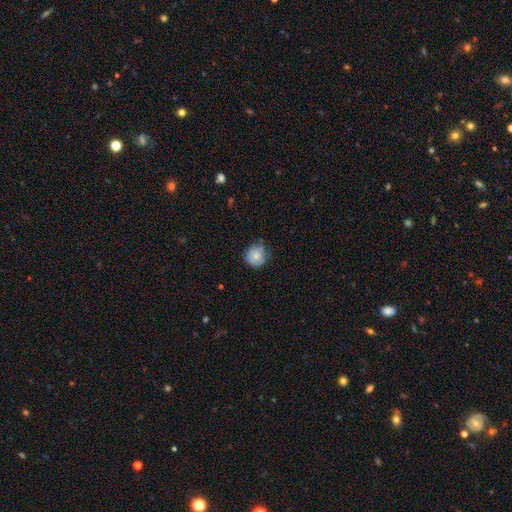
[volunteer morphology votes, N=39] Q: Smooth or featured?
A: smooth (72%); runner-up: featured or disk (18%)
Q: How rounded?
A: round (89%); runner-up: in between (11%)
Q: Merging?
A: none (69%); runner-up: minor disturbance (26%)